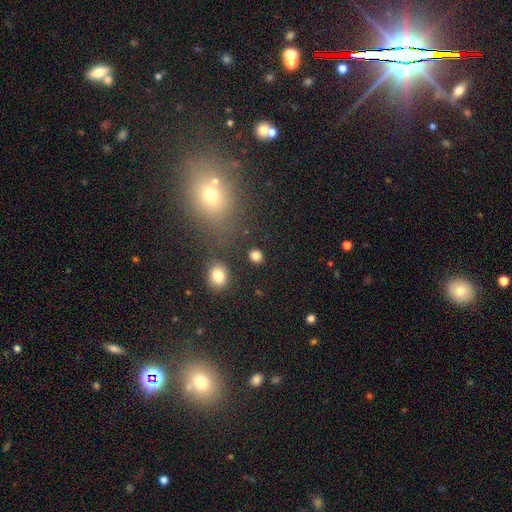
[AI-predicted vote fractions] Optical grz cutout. It shows a smooth galaxy with no disk features (83%) that is round (75%). Merging: none (87%).